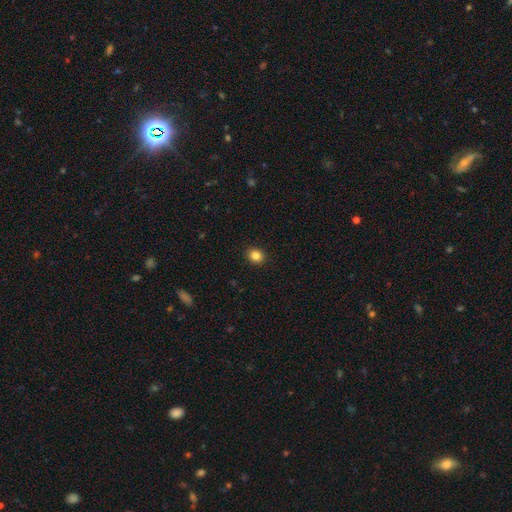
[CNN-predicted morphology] Smooth or featured? Predicted: smooth (p=0.85). How rounded? Predicted: round (p=0.73). Merging? Predicted: none (p=0.92).